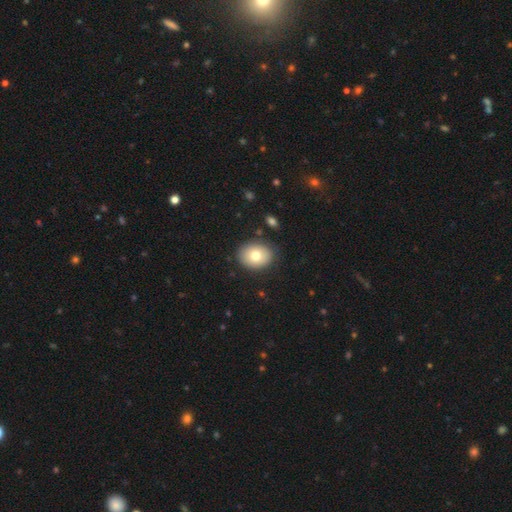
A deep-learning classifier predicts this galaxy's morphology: The model was most divided on "how rounded": in between: 57%, round: 42%, cigar-shaped: 1%. More confident: merging — none (85%); smooth or featured — smooth (76%).